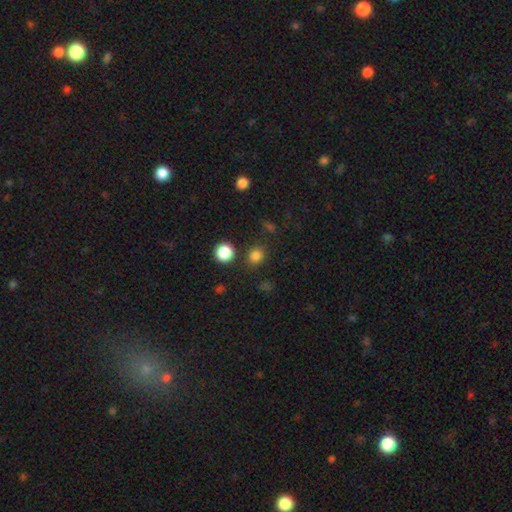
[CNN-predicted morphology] This appears to be a smooth galaxy with no disk features (81%) that is round (83%). Merging: none (84%).